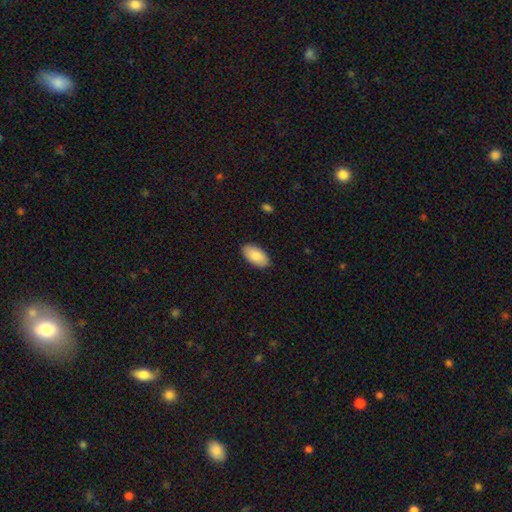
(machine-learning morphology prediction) Smooth or featured? Predicted: smooth (p=0.88). How rounded? Predicted: in between (p=0.96). Merging? Predicted: none (p=0.88).